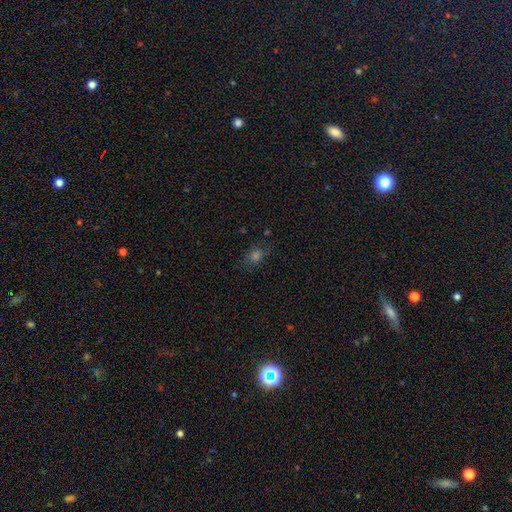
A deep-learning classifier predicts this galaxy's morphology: This appears to be a smooth galaxy with no disk features (58%) that is in between round and cigar-shaped (62%). Merging: none (78%).